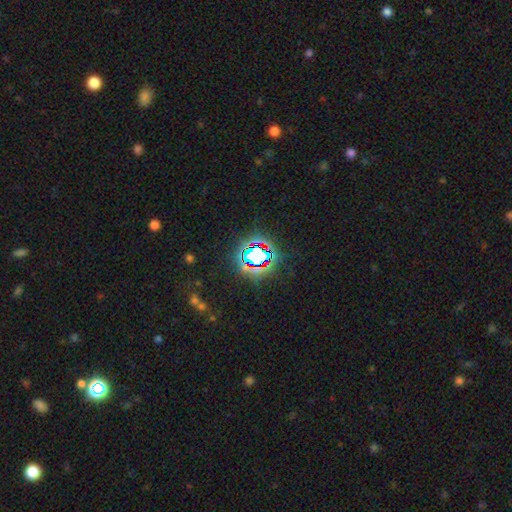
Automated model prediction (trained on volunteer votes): smooth-or-featured: star or artifact: 74% | smooth: 16% | featured or disk: 11%